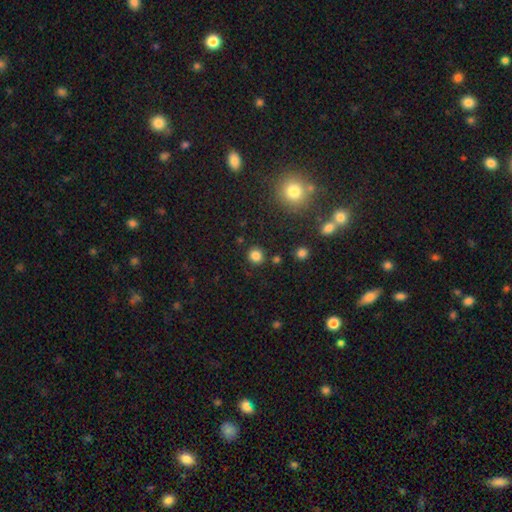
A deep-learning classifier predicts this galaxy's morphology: type=smooth (83%); roundness=round (89%); merging=none (88%).